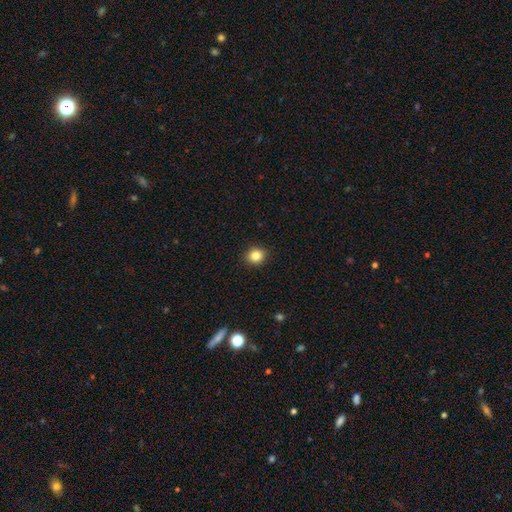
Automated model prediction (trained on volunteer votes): Morphology: type=smooth (84%); roundness=round (85%); merging=none (92%).